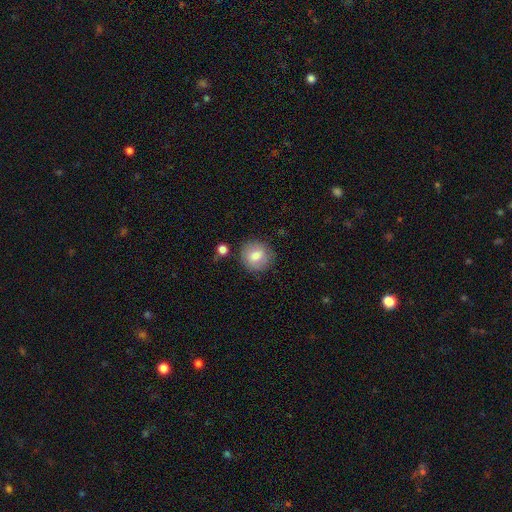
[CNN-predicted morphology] Q: Smooth or featured?
A: smooth (80%); runner-up: featured or disk (12%)
Q: How rounded?
A: round (90%); runner-up: in between (9%)
Q: Merging?
A: none (84%); runner-up: minor disturbance (10%)